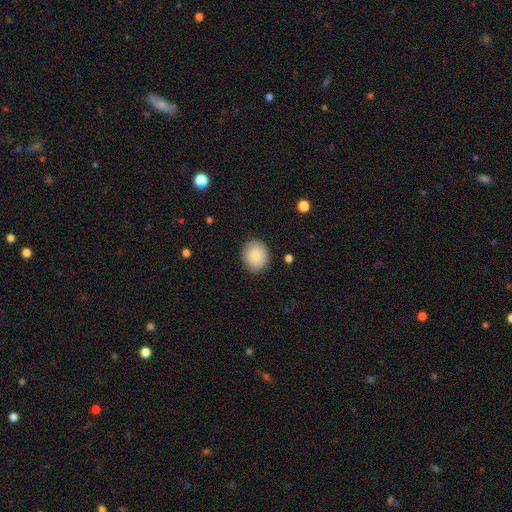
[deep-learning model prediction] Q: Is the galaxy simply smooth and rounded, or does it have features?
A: smooth — 86%.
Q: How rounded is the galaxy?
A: round — 70%.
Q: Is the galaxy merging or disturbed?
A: none — 86%.